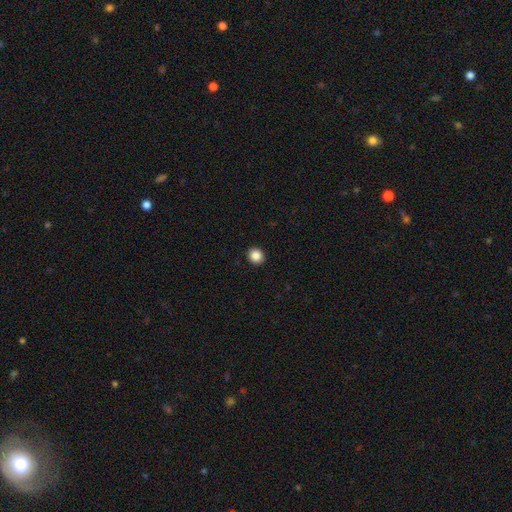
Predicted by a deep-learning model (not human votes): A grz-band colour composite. It shows a smooth galaxy with no disk features (87%) that is round (89%). Merging: none (93%).